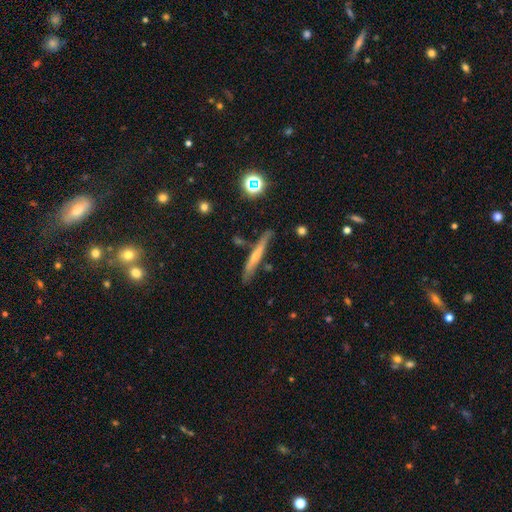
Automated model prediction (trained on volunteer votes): smooth_or_featured: featured or disk (p=0.55) [alt: smooth p=0.37]
disk_edge_on: yes (p=0.93) [alt: no p=0.07]
edge_on_bulge: rounded (p=0.52) [alt: none p=0.41]
merging: none (p=0.76) [alt: minor disturbance p=0.15]